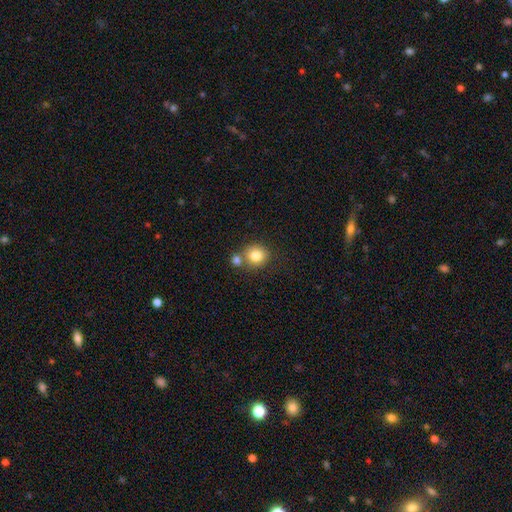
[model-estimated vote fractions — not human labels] Morphology: type=smooth (81%); roundness=round (82%); merging=none (58%).